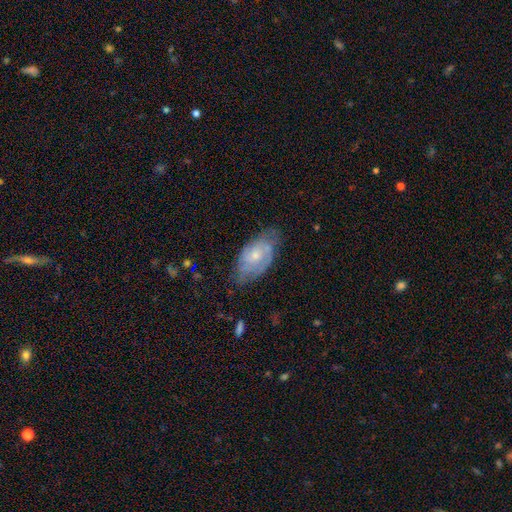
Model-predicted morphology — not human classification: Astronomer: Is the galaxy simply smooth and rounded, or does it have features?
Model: featured or disk — 63%.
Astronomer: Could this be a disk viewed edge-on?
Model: no — 94%.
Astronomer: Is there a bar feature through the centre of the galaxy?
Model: no — 73%.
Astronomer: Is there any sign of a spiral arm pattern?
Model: yes — 81%.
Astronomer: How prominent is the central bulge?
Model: small — 58% (runner-up: moderate, 35%).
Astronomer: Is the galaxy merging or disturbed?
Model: none — 62%.